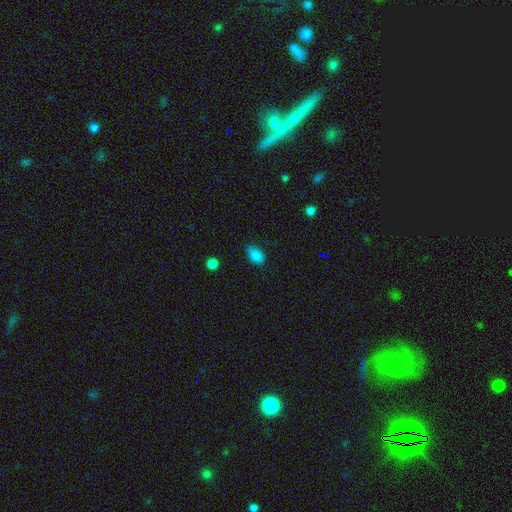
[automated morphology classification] This is clearly a smooth galaxy (86%). How rounded: clearly in between (81%). Merging: likely none (77%).